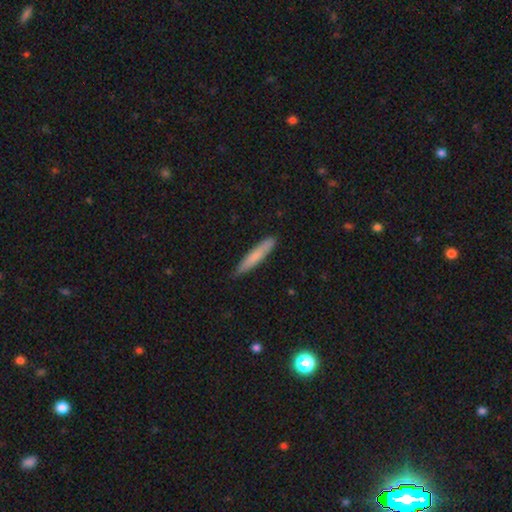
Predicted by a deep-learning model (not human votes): A smooth galaxy with no disk features (76%) that is cigar-shaped (92%).

Vote fractions:
- Smooth or featured? smooth: 76% / featured or disk: 19% / star or artifact: 6%
- How rounded? cigar-shaped: 92% / in between: 7% / round: 1%
- Merging? none: 85% / minor disturbance: 12% / major disturbance: 2% / merger: 1%